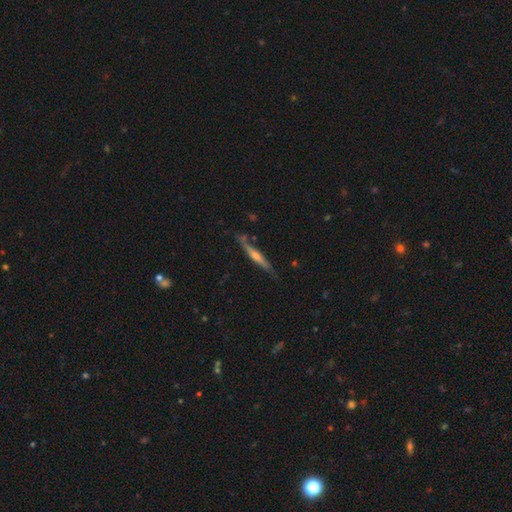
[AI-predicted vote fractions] smooth_or_featured: featured or disk (p=0.65) [alt: smooth p=0.29]
disk_edge_on: yes (p=0.95) [alt: no p=0.05]
edge_on_bulge: rounded (p=0.72) [alt: none p=0.20]
merging: none (p=0.75) [alt: minor disturbance p=0.18]